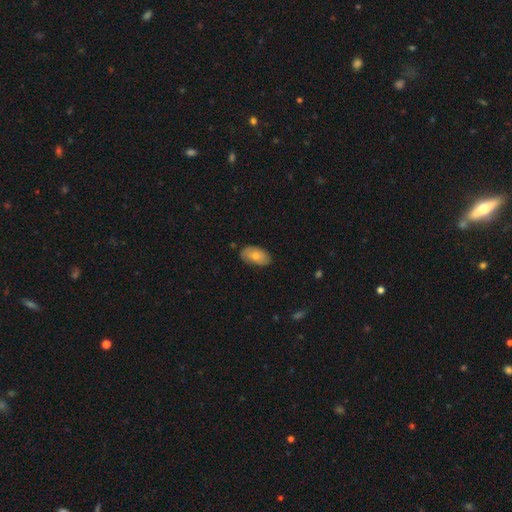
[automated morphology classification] Overall: smooth (72%). How rounded: in between (94%). Merging: none (78%).